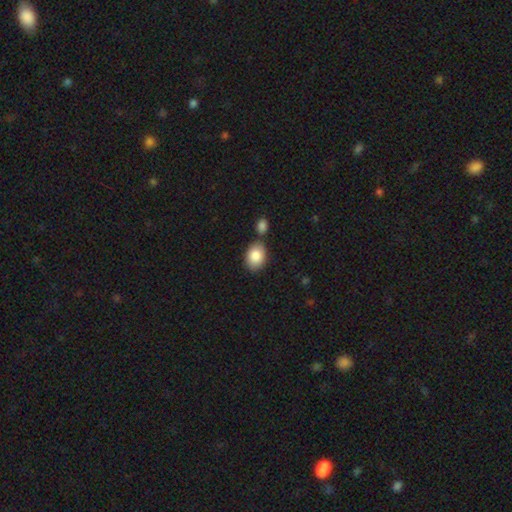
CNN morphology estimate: This appears to be a smooth galaxy with no disk features (86%) that is in between round and cigar-shaped (75%). Merging: none (69%).